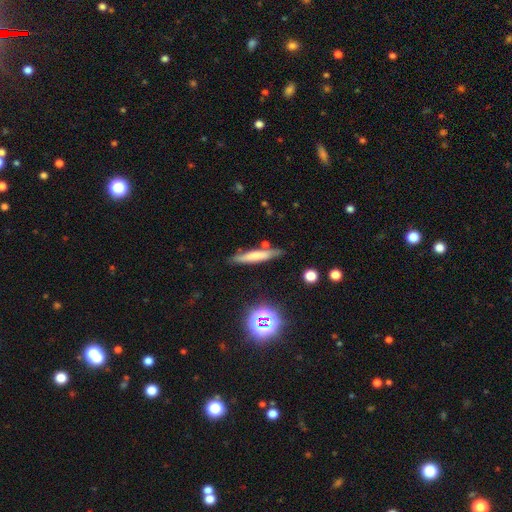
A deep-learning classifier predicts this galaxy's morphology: A smooth galaxy with no disk features (60%) that is cigar-shaped (88%).

Vote fractions:
- Smooth or featured? smooth: 60% / featured or disk: 30% / star or artifact: 10%
- How rounded? cigar-shaped: 88% / in between: 10% / round: 2%
- Merging? none: 78% / minor disturbance: 14% / merger: 5% / major disturbance: 3%